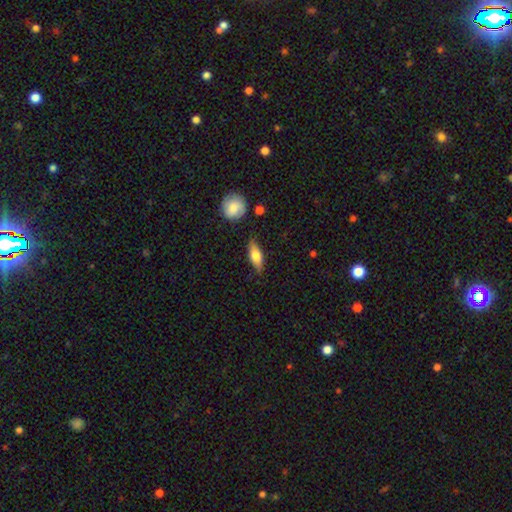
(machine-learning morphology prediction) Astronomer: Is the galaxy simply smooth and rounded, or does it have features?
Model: smooth — 62%.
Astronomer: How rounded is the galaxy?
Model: in between — 65%.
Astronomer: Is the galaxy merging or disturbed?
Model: none — 78%.